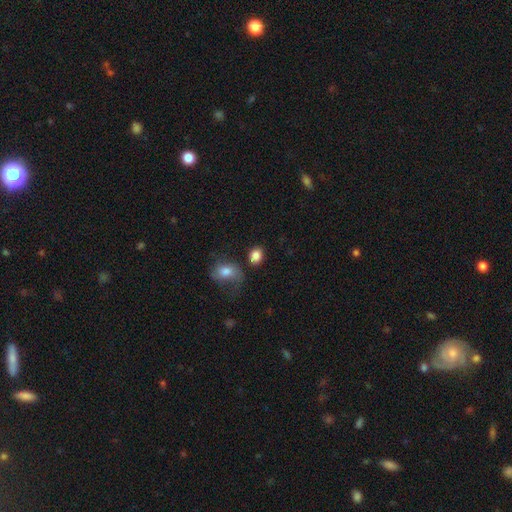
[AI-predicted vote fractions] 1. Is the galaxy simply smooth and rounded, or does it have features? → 85% smooth, 9% star or artifact, 6% featured or disk.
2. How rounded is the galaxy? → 50% round, 49% in between, 1% cigar-shaped.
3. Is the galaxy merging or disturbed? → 69% none, 14% minor disturbance, 12% merger, 5% major disturbance.